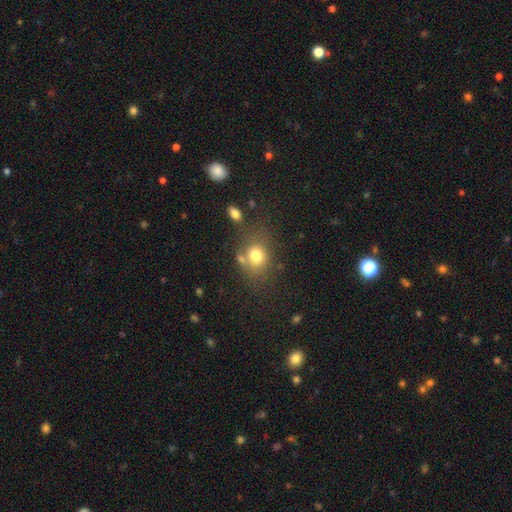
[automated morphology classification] type=smooth (76%); roundness=round (57%); merging=none (58%).